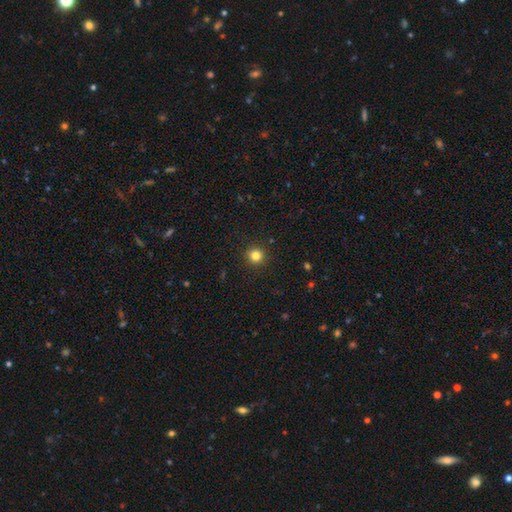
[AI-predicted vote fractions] This appears to be a smooth galaxy with no disk features (82%) that is round (94%). Merging: none (92%).